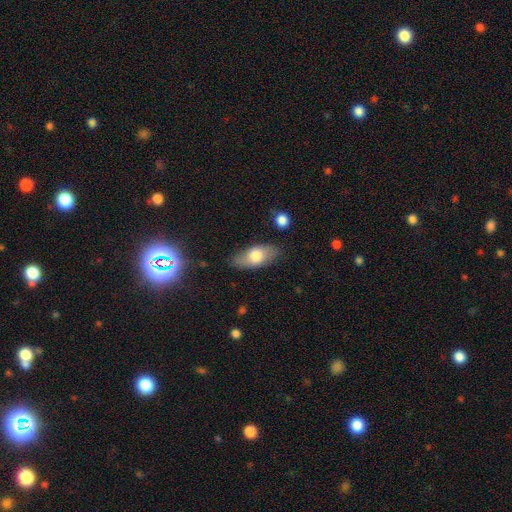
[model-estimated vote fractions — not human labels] This is likely a smooth galaxy (69%). How rounded: clearly in between (84%). Merging: likely none (79%).